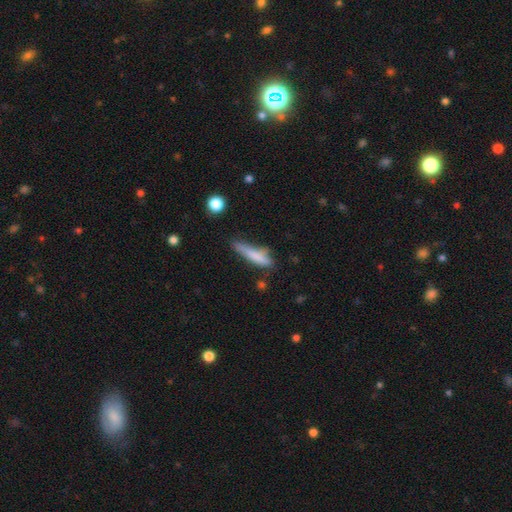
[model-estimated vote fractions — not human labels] smooth 74%, featured or disk 19%, star or artifact 7%. Down the decision tree: how rounded — cigar-shaped (81%); merging — none (47%).